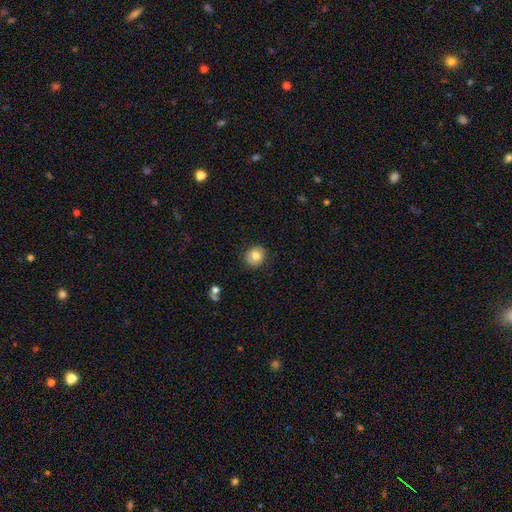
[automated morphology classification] This is likely a smooth galaxy (78%). How rounded: clearly round (83%). Merging: clearly none (85%).